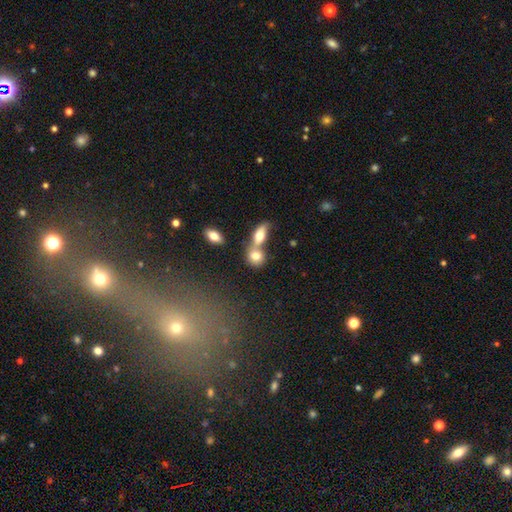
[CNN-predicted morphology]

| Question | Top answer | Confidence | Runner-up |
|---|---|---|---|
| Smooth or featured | smooth | 75% | featured or disk (16%) |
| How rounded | round | 50% | in between (45%) |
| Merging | merger | 55% | none (34%) |